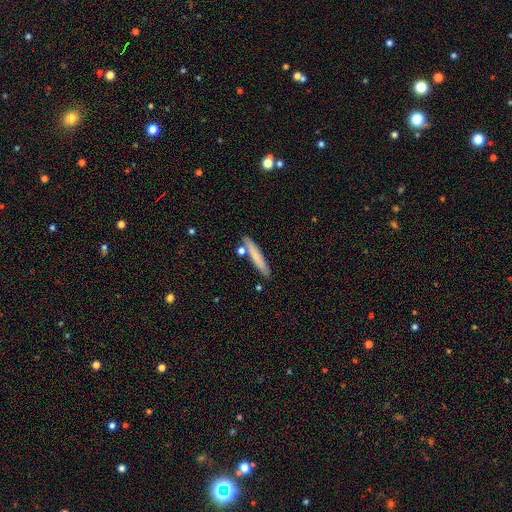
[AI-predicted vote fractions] Smooth or featured: smooth — 73% (featured or disk — 21%)
How rounded: cigar-shaped — 93% (in between — 6%)
Merging: none — 81% (minor disturbance — 11%)